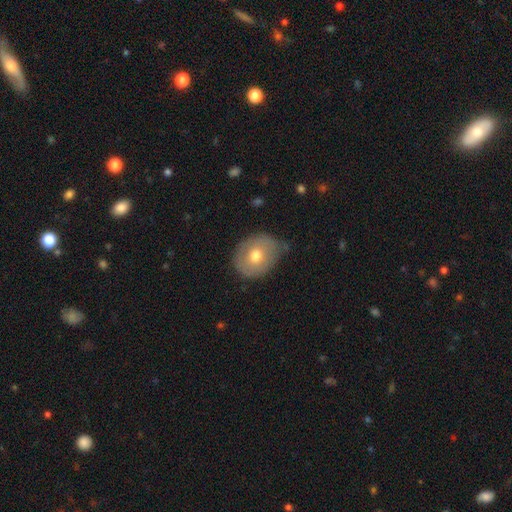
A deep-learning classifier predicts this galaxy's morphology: smooth 65%, featured or disk 27%, star or artifact 8%. Down the decision tree: how rounded — round (60%); merging — none (66%).